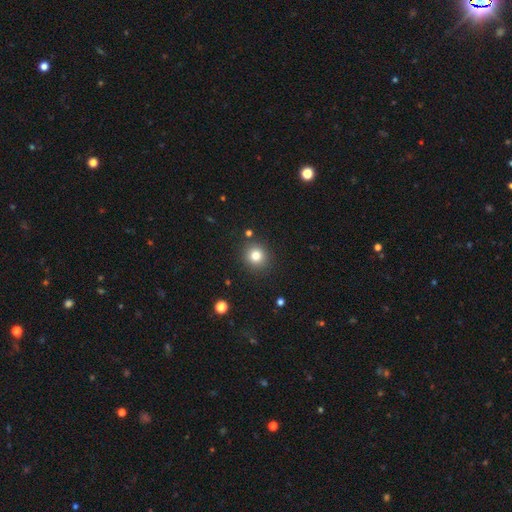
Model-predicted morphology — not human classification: A smooth galaxy with no disk features (81%) that is round (91%).

Vote fractions:
- Smooth or featured? smooth: 81% / star or artifact: 12% / featured or disk: 7%
- How rounded? round: 91% / in between: 8% / cigar-shaped: 1%
- Merging? none: 89% / minor disturbance: 7% / major disturbance: 2% / merger: 2%